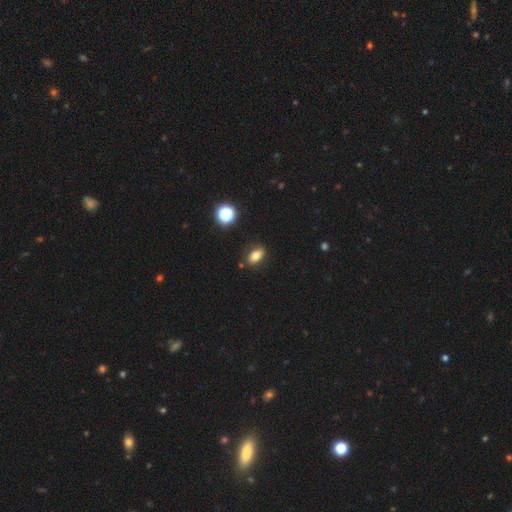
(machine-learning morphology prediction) The model was most divided on "smooth or featured": smooth: 77%, star or artifact: 12%, featured or disk: 11%. More confident: merging — none (85%); how rounded — in between (84%).